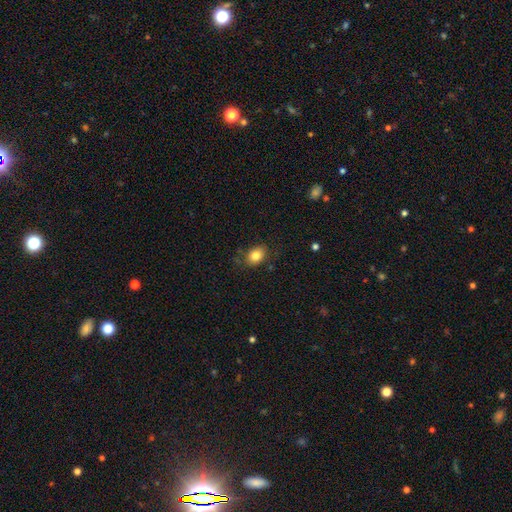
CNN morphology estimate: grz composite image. It shows a smooth galaxy with no disk features (83%) that is in between round and cigar-shaped (72%). Merging: none (79%).